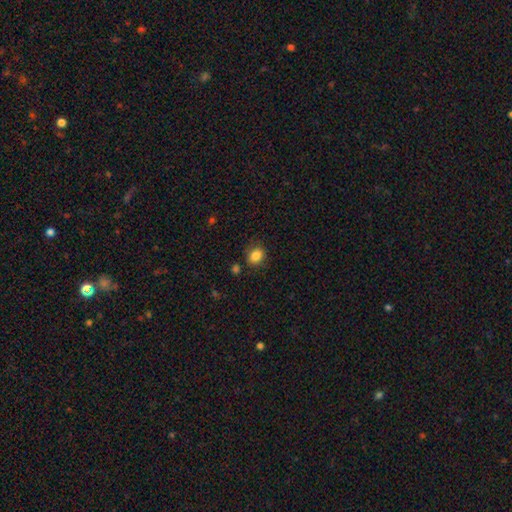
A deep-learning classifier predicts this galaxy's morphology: smooth 85%, star or artifact 10%, featured or disk 5%. Down the decision tree: how rounded — round (57%); merging — none (80%).